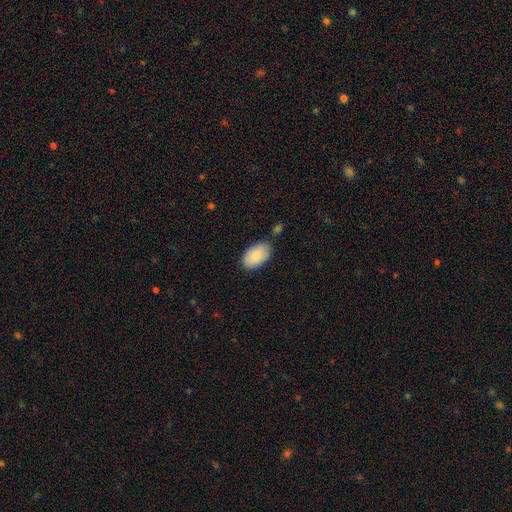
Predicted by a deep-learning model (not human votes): smooth-or-featured: smooth: 84% | featured or disk: 10% | star or artifact: 6%
  how-rounded: in between: 95% | round: 4% | cigar-shaped: 1%
  merging: none: 79% | minor disturbance: 15% | merger: 4% | major disturbance: 3%